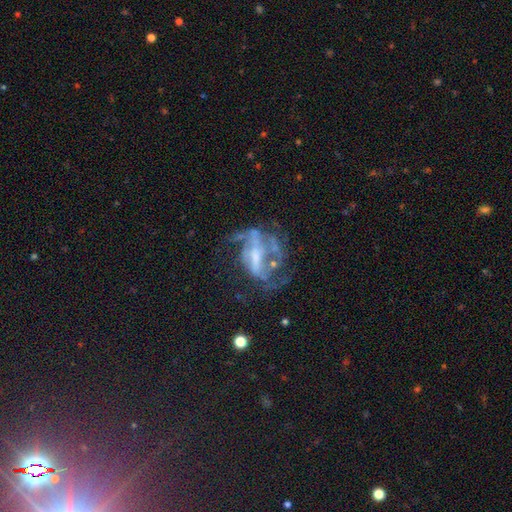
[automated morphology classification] type=featured or disk (78%); edge-on=no (96%); bar=weak (37%); spiral arms=yes (69%); winding=medium (41%); arm count=2 (37%); bulge=moderate (31%); merging=none (38%).